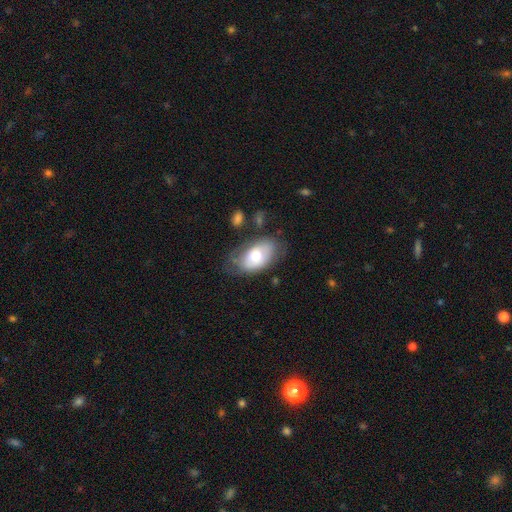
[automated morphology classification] Smooth or featured?
  - smooth: 62% *
  - featured or disk: 31%
  - star or artifact: 7%
How rounded?
  - in between: 91% *
  - round: 7%
  - cigar-shaped: 1%
Merging?
  - none: 61% *
  - minor disturbance: 24%
  - major disturbance: 11%
  - merger: 4%